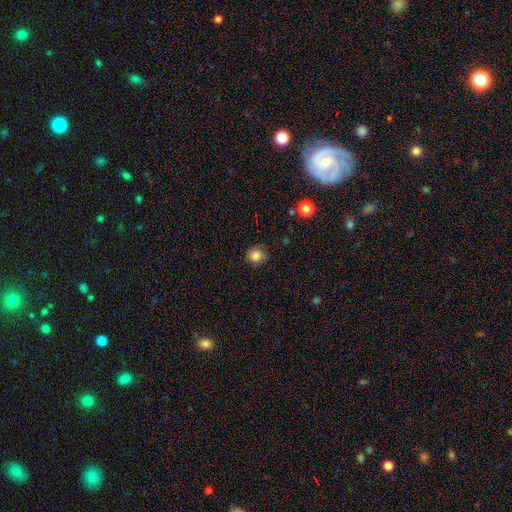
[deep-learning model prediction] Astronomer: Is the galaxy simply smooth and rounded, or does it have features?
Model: smooth — 83%.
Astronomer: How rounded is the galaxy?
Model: round — 87%.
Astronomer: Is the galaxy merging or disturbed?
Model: none — 79%.